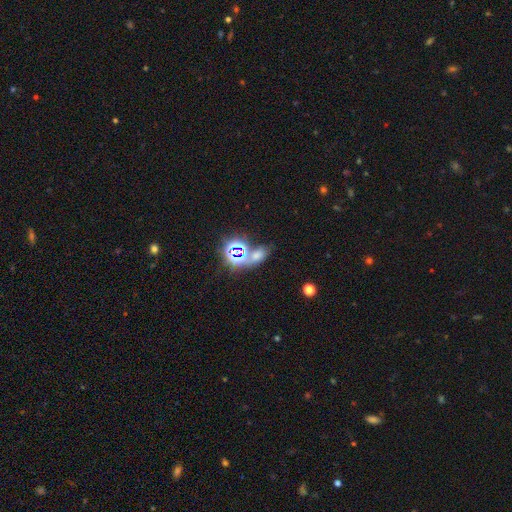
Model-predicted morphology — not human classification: This is possibly a star or artifact rather than a galaxy (55%).